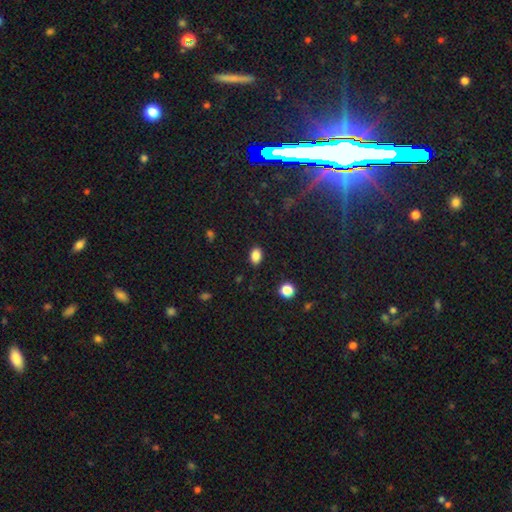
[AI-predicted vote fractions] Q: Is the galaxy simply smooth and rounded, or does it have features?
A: smooth — 86%.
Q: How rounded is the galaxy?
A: in between — 83%.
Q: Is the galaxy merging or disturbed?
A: none — 87%.